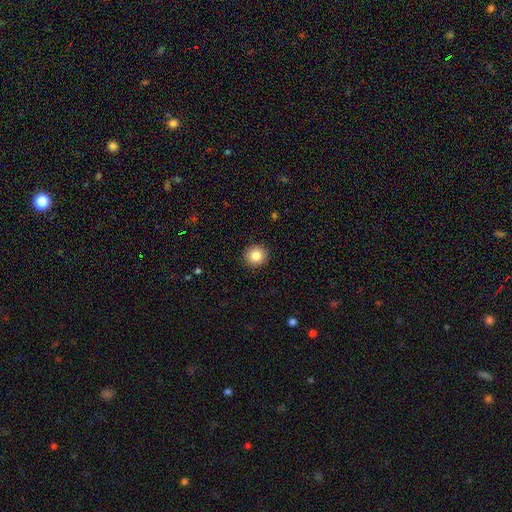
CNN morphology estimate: Overall: smooth (84%). How rounded: round (91%). Merging: none (92%).